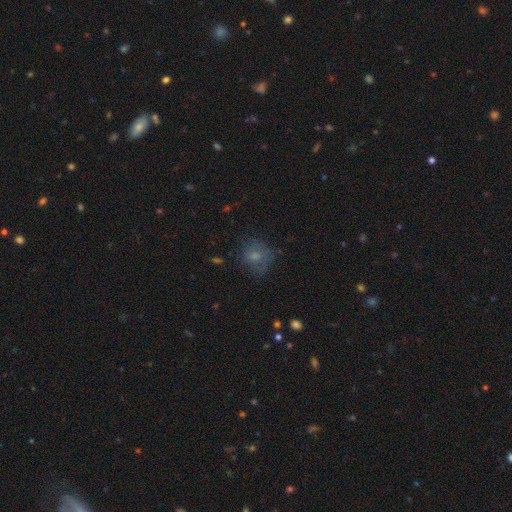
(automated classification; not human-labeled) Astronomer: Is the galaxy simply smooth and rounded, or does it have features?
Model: smooth — 69%.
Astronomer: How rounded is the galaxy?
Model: round — 73%.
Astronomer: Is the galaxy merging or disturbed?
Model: none — 58%.